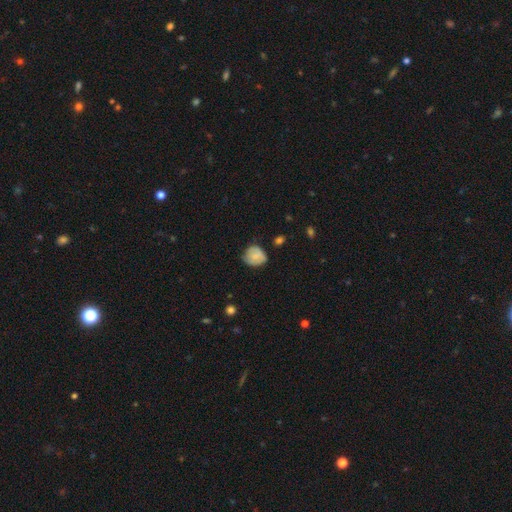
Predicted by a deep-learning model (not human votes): Overall: smooth (72%). How rounded: round (73%). Merging: none (62%; minor disturbance 30%).